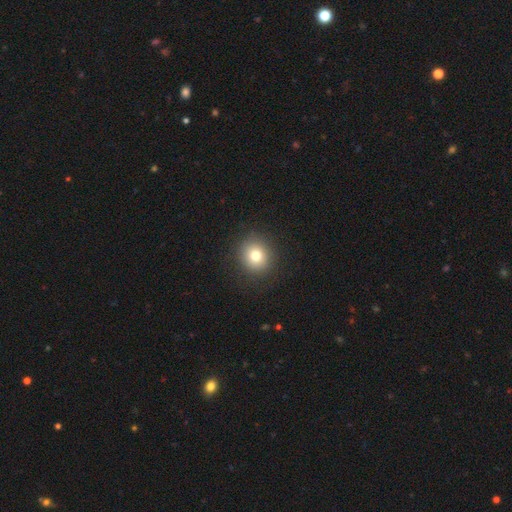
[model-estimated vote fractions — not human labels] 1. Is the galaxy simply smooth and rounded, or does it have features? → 78% smooth, 12% star or artifact, 10% featured or disk.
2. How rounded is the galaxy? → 85% round, 14% in between, 1% cigar-shaped.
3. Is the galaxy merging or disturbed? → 90% none, 7% minor disturbance, 3% major disturbance, 1% merger.